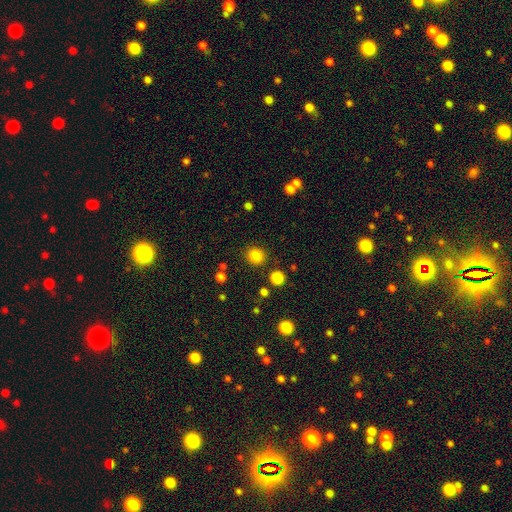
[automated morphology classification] A smooth galaxy with no disk features (83%) that is round (89%). Merging: none (88%).